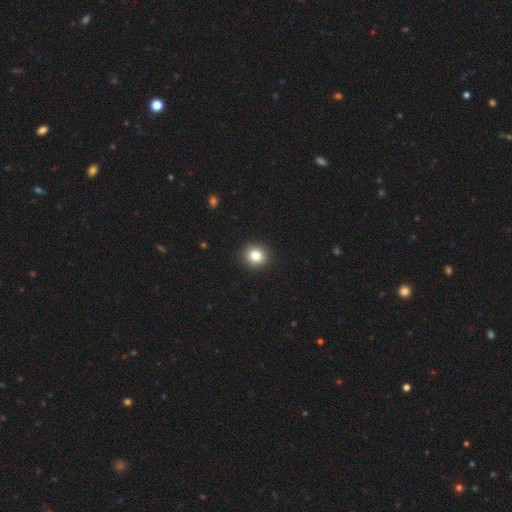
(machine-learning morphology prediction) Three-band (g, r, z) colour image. It shows a smooth galaxy with no disk features (82%) that is round (89%). Merging: none (93%).